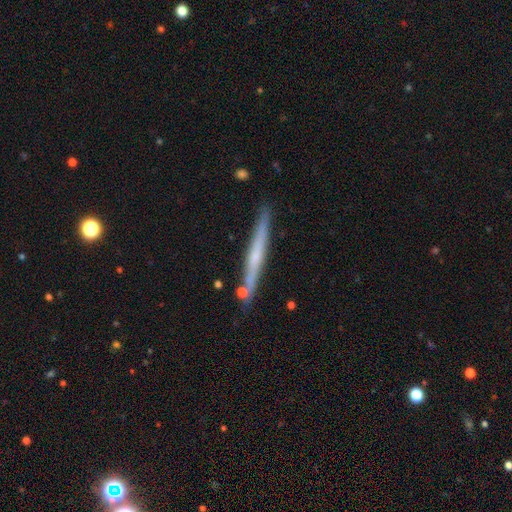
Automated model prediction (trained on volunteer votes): Smooth or featured?
  - featured or disk: 57% *
  - smooth: 36%
  - star or artifact: 7%
Edge-on disk?
  - yes: 96% *
  - no: 4%
Edge-on bulge?
  - none: 57% *
  - rounded: 37%
  - boxy: 6%
Merging?
  - none: 85% *
  - minor disturbance: 10%
  - merger: 4%
  - major disturbance: 2%